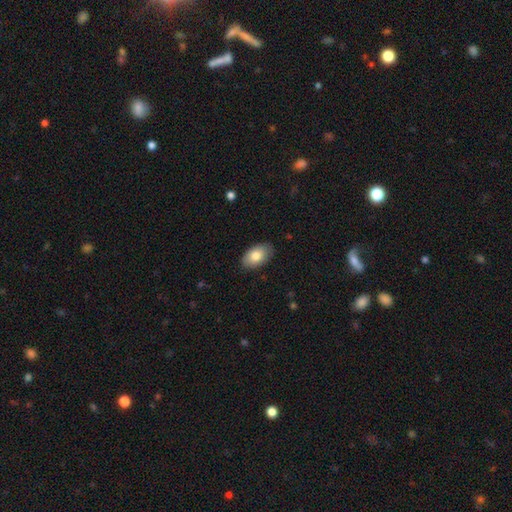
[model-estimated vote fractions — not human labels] The model was most divided on "smooth or featured": smooth: 81%, featured or disk: 13%, star or artifact: 6%. More confident: how rounded — in between (94%); merging — none (86%).